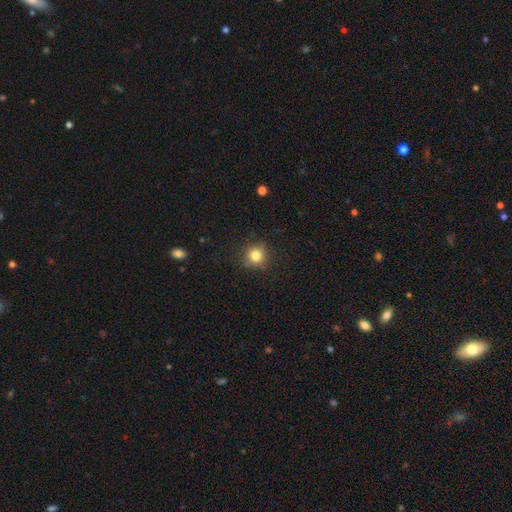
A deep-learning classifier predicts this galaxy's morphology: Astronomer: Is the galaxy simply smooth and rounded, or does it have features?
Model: smooth — 81%.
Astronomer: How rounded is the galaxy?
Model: round — 90%.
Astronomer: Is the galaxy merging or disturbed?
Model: none — 82%.